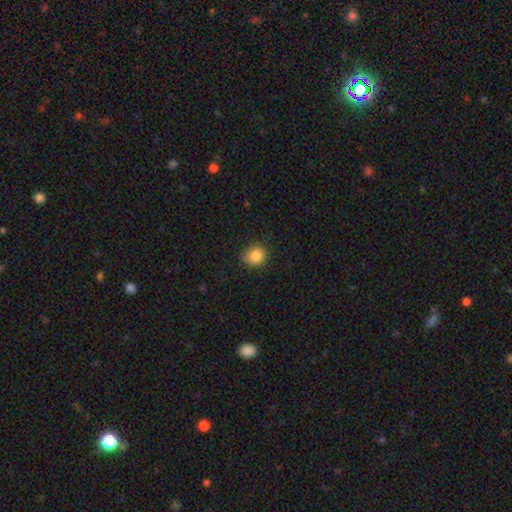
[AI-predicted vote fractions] A smooth galaxy with no disk features (85%) that is round (78%). Merging: none (78%).